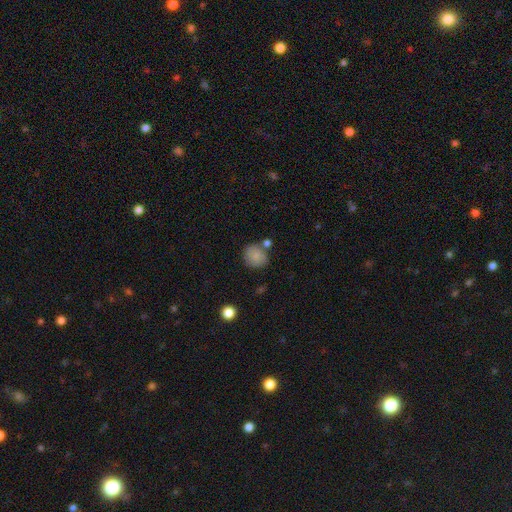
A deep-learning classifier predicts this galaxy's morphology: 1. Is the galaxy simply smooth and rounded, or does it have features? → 84% smooth, 9% star or artifact, 7% featured or disk.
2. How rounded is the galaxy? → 84% round, 15% in between, 1% cigar-shaped.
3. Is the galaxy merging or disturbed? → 68% none, 15% merger, 13% minor disturbance, 4% major disturbance.